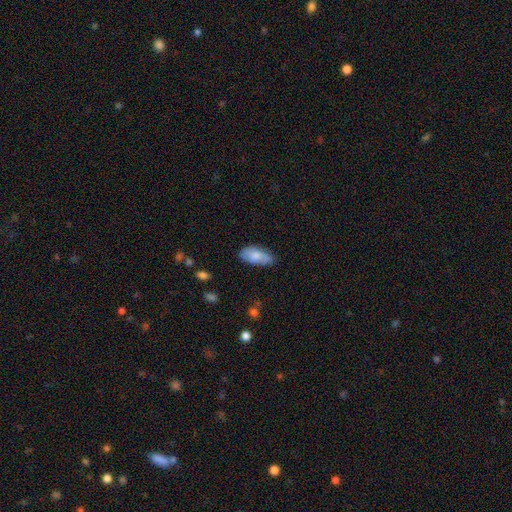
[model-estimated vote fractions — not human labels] A smooth galaxy with no disk features (78%) that is in between round and cigar-shaped (90%).

Vote fractions:
- Smooth or featured? smooth: 78% / featured or disk: 16% / star or artifact: 6%
- How rounded? in between: 90% / cigar-shaped: 7% / round: 2%
- Merging? none: 69% / minor disturbance: 24% / major disturbance: 5% / merger: 2%